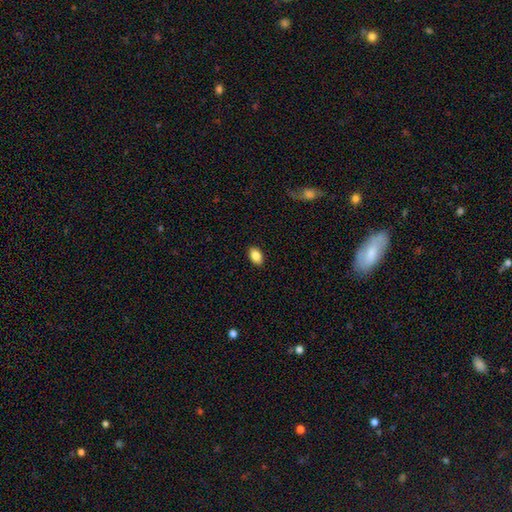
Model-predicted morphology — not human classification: Smooth or featured?
  - smooth: 86% *
  - star or artifact: 8%
  - featured or disk: 6%
How rounded?
  - in between: 89% *
  - round: 9%
  - cigar-shaped: 1%
Merging?
  - none: 90% *
  - minor disturbance: 7%
  - major disturbance: 2%
  - merger: 1%